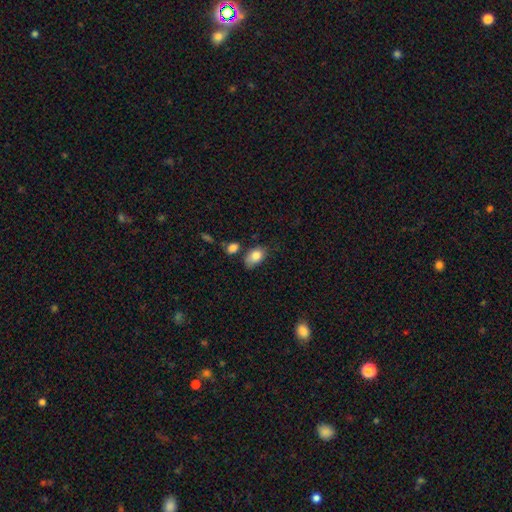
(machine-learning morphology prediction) smooth_or_featured: smooth (p=0.83) [alt: featured or disk p=0.10]
how_rounded: in between (p=0.87) [alt: round p=0.11]
merging: none (p=0.54) [alt: minor disturbance p=0.29]